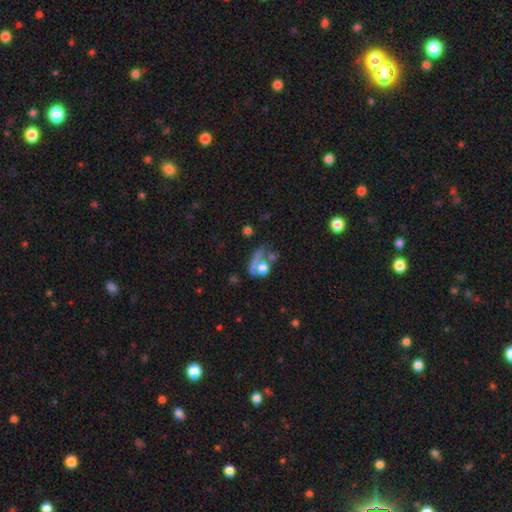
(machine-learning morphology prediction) smooth 53%, featured or disk 30%, star or artifact 18%. Down the decision tree: how rounded — round (46%, tied with in between); merging — none (31%).